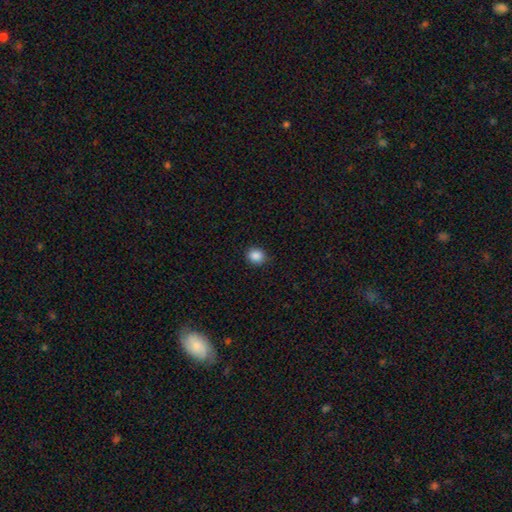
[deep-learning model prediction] Smooth or featured: smooth — 88% (star or artifact — 9%)
How rounded: round — 77% (in between — 22%)
Merging: none — 89% (minor disturbance — 8%)